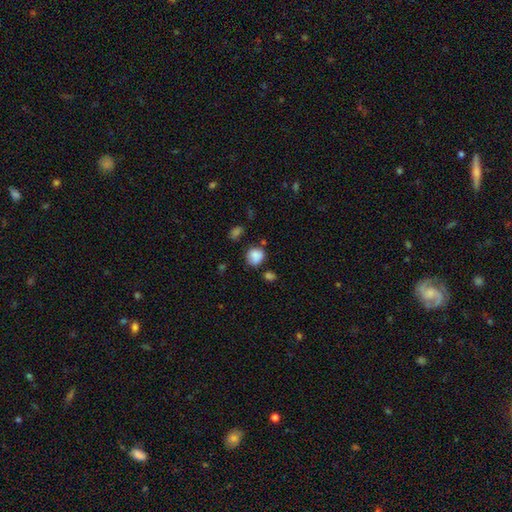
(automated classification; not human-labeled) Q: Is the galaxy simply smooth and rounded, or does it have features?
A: smooth — 84%.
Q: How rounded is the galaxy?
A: round — 75%.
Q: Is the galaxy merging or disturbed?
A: none — 63%.